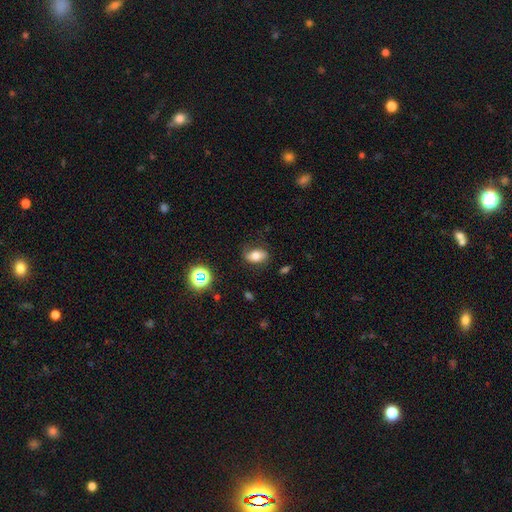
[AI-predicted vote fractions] Overall: smooth (65%). How rounded: in between (85%). Merging: none (72%).